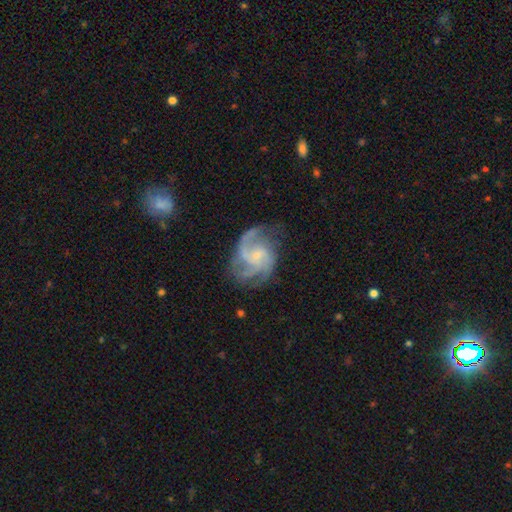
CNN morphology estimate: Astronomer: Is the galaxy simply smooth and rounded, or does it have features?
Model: featured or disk — 89%.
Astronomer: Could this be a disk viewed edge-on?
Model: no — 98%.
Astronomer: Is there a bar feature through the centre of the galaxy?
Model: no — 57% (runner-up: weak, 37%).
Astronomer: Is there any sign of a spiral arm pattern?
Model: yes — 97%.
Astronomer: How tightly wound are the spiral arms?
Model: medium — 53%.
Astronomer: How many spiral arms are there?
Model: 3 — 38% (runner-up: 2, 28%).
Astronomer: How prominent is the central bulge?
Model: small — 71%.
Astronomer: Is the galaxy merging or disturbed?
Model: none — 65%.